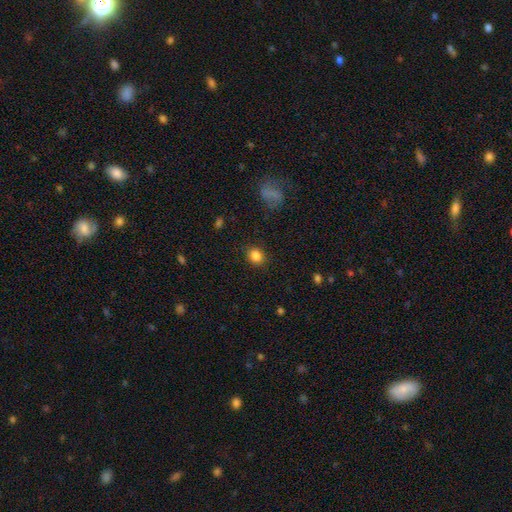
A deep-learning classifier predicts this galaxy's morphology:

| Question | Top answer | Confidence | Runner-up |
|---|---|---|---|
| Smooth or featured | smooth | 85% | star or artifact (11%) |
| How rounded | round | 67% | in between (32%) |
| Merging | none | 87% | minor disturbance (9%) |